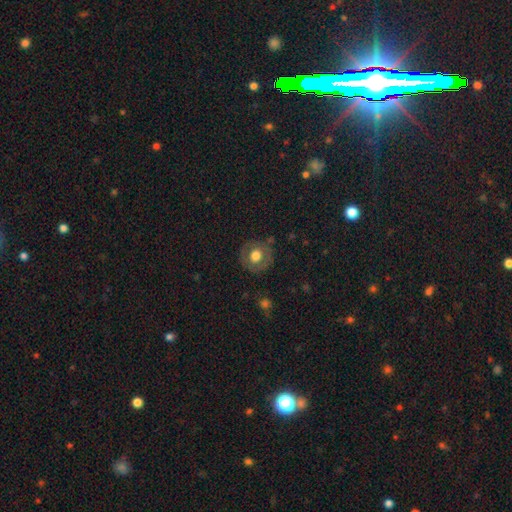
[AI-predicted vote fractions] Q: Smooth or featured?
A: smooth (59%); runner-up: featured or disk (33%)
Q: How rounded?
A: round (88%); runner-up: in between (11%)
Q: Merging?
A: none (80%); runner-up: minor disturbance (13%)